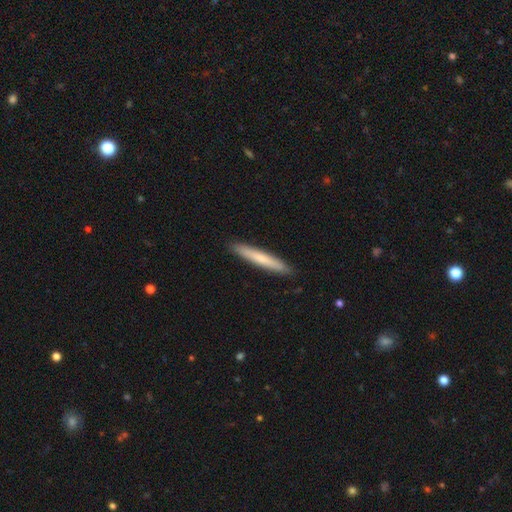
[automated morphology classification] Smooth or featured? smooth (62%)
How rounded? cigar-shaped (95%)
Merging? none (92%)